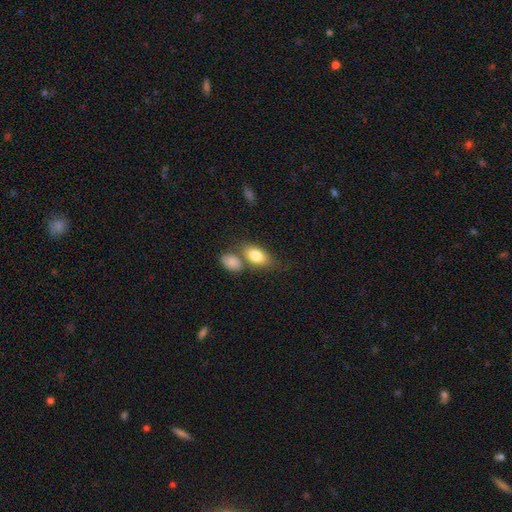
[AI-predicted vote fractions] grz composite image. It shows a smooth galaxy with no disk features (81%) that is in between round and cigar-shaped (87%). Merging: none (48%).